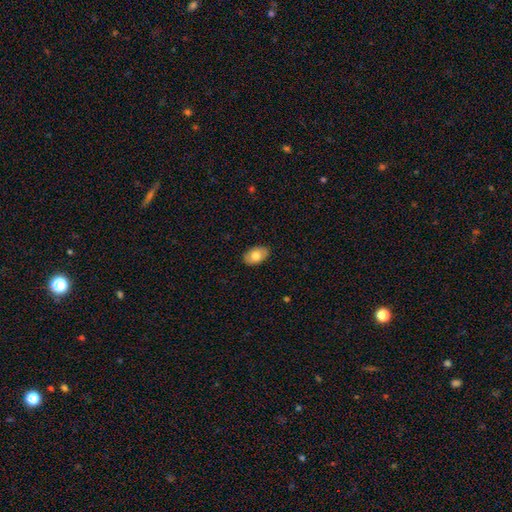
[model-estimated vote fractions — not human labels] smooth 72%, featured or disk 21%, star or artifact 7%. Down the decision tree: how rounded — in between (90%); merging — none (87%).